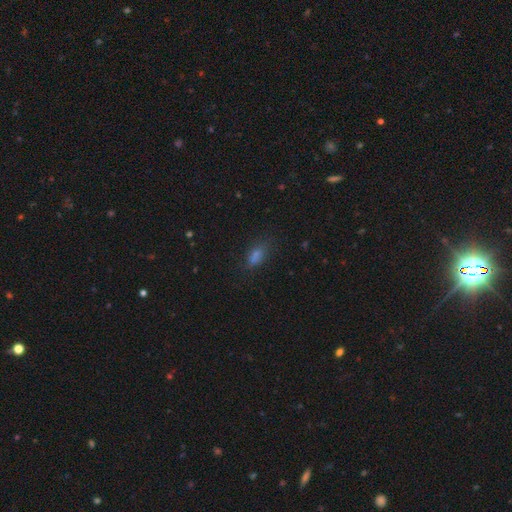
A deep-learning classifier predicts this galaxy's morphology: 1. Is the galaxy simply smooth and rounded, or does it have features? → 68% smooth, 22% star or artifact, 10% featured or disk.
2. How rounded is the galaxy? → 76% in between, 16% cigar-shaped, 9% round.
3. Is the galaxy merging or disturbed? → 69% none, 19% minor disturbance, 9% major disturbance, 3% merger.